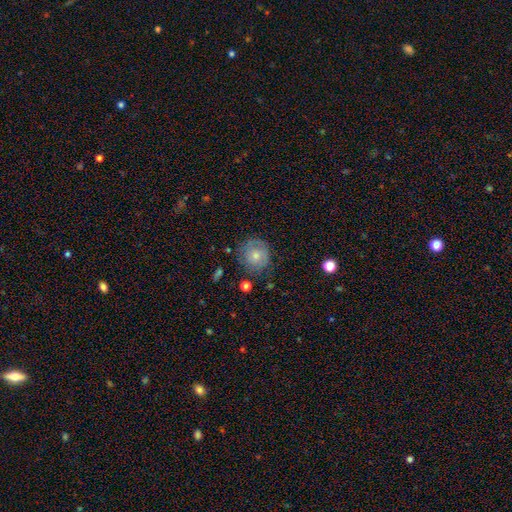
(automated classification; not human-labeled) Overall: smooth (44%, tied with featured or disk). Merging: none (78%).